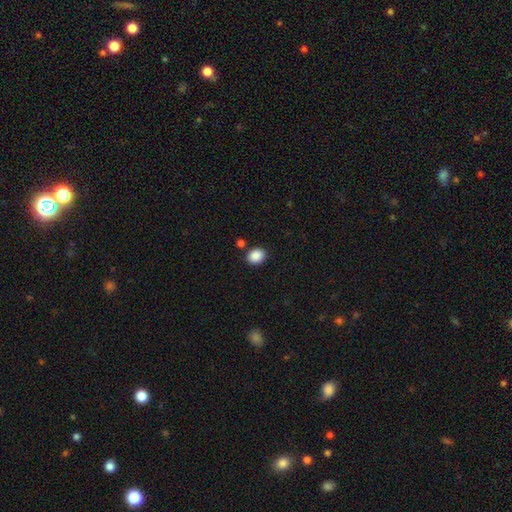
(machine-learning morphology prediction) Smooth or featured? smooth (89%)
How rounded? in between (52%)
Merging? none (85%)